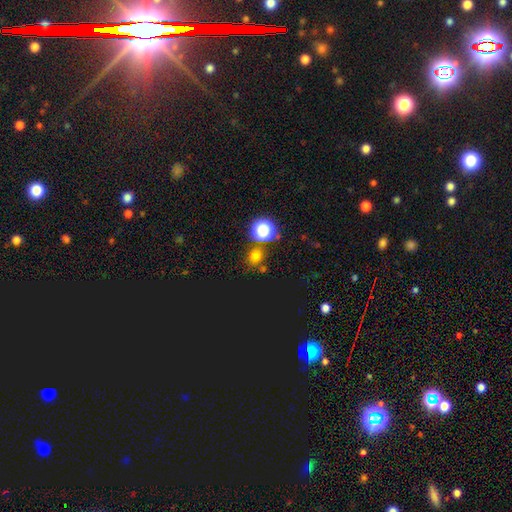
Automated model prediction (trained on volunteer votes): Smooth or featured?
  - smooth: 64% *
  - star or artifact: 31%
  - featured or disk: 5%
How rounded?
  - round: 83% *
  - in between: 16%
  - cigar-shaped: 1%
Merging?
  - none: 77% *
  - merger: 10%
  - minor disturbance: 9%
  - major disturbance: 3%